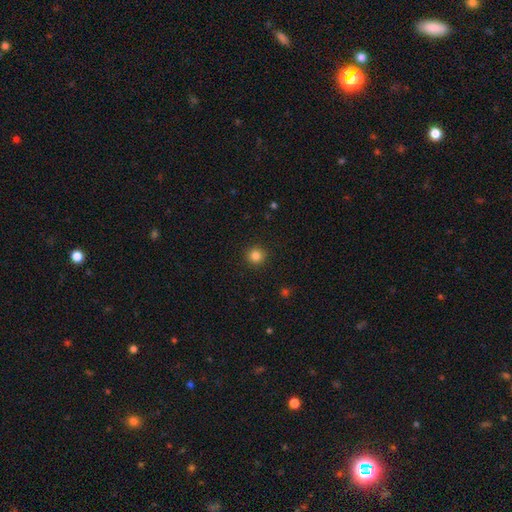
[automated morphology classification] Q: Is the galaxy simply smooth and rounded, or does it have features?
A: smooth — 84%.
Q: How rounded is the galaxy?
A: round — 95%.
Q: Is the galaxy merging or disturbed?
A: none — 93%.